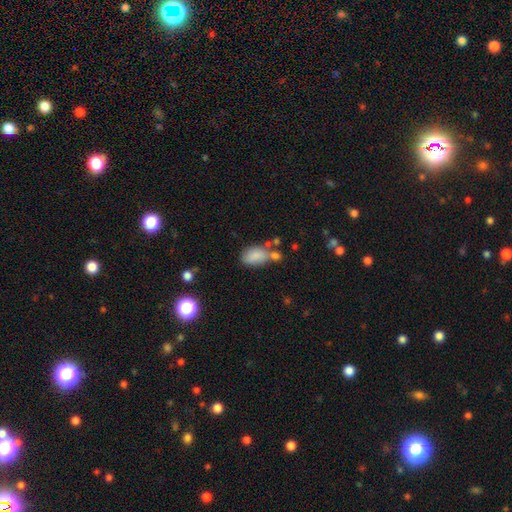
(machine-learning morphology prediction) smooth_or_featured: smooth (p=0.83) [alt: star or artifact p=0.09]
how_rounded: in between (p=0.90) [alt: round p=0.08]
merging: none (p=0.45) [alt: merger p=0.24]